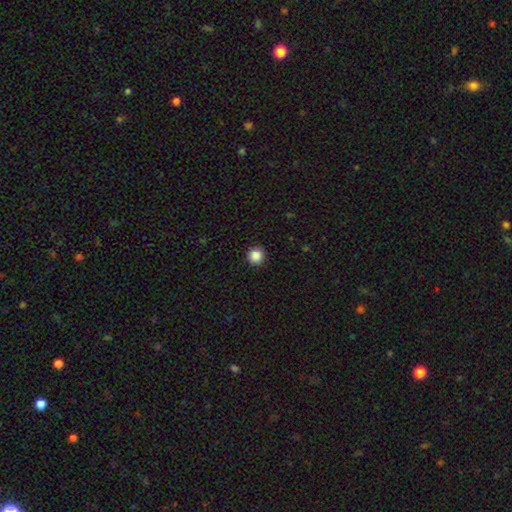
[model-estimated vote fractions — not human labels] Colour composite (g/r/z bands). It shows a smooth galaxy with no disk features (87%) that is round (95%). Merging: none (93%).